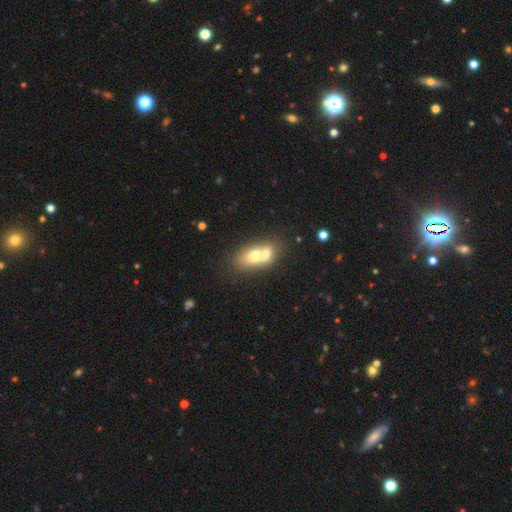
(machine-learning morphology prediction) The model was most divided on "smooth or featured": smooth: 63%, featured or disk: 28%, star or artifact: 9%. More confident: how rounded — in between (75%); merging — merger (68%).